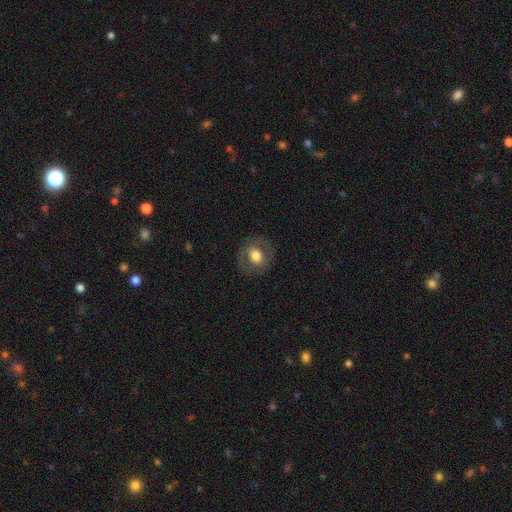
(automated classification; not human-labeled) Smooth or featured: smooth — 57% (featured or disk — 35%)
How rounded: round — 74% (in between — 25%)
Merging: none — 82% (minor disturbance — 11%)